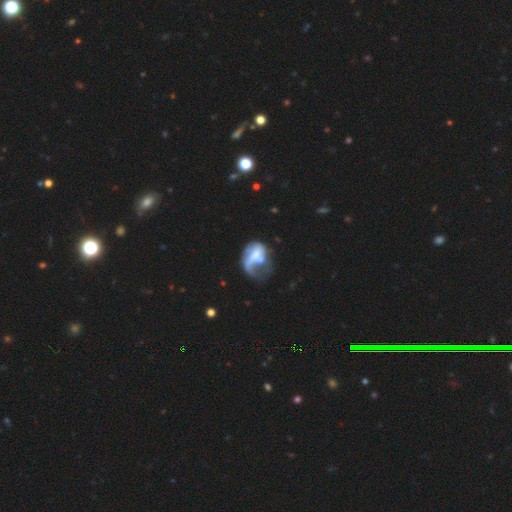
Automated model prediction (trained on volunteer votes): Smooth or featured? featured or disk (59%)
Edge-on disk? no (97%)
Bar? no (61%)
Spiral arms? no (53%)
Bulge size? moderate (34%)
Merging? major disturbance (48%)